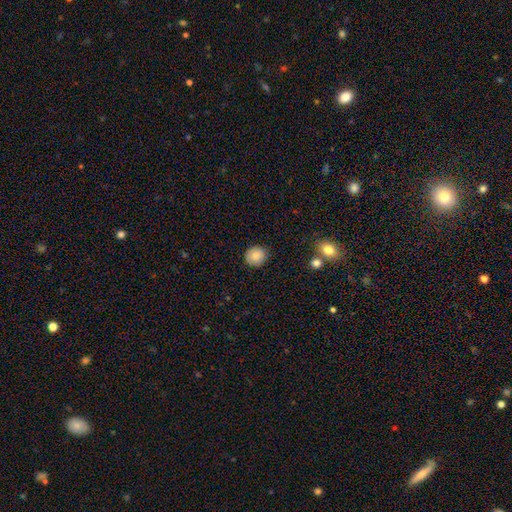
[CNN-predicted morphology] smooth 81%, featured or disk 10%, star or artifact 9%. Down the decision tree: how rounded — round (90%); merging — none (88%).